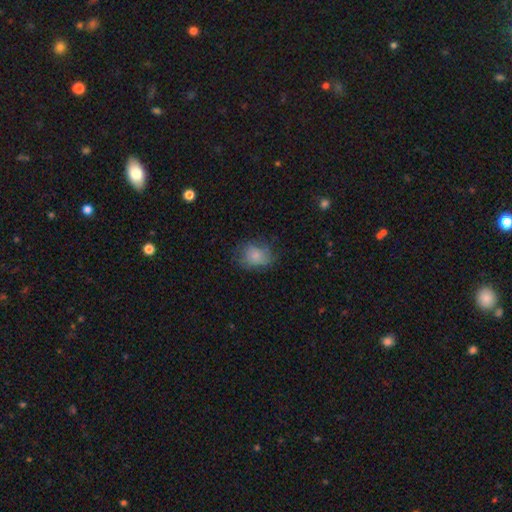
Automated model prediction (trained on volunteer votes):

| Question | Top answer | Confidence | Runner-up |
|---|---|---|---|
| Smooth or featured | smooth | 76% | featured or disk (14%) |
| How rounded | round | 57% | in between (42%) |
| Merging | none | 62% | minor disturbance (25%) |